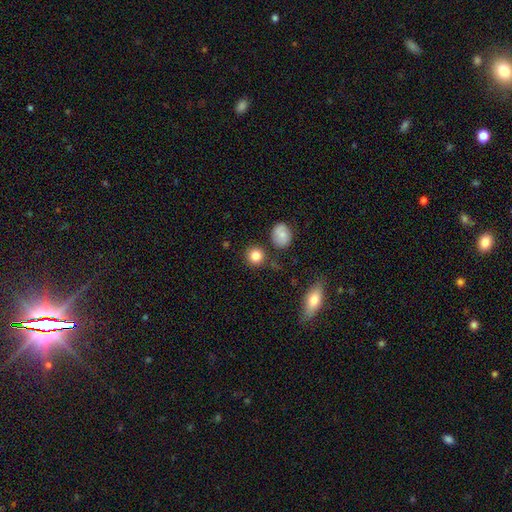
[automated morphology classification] This is clearly a smooth galaxy (84%). How rounded: clearly round (90%). Merging: clearly none (84%).